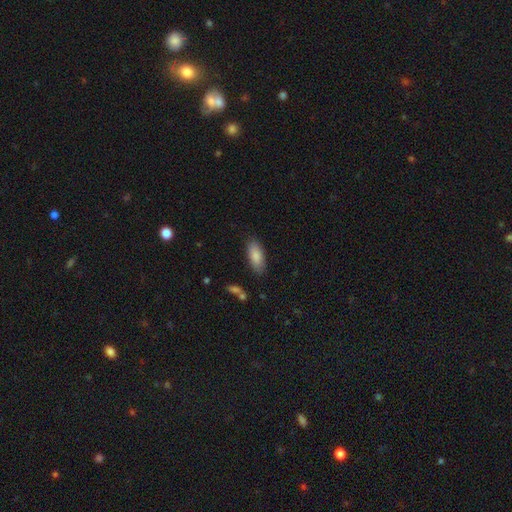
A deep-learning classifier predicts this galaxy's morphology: Q: Smooth or featured?
A: smooth (86%); runner-up: featured or disk (8%)
Q: How rounded?
A: in between (82%); runner-up: cigar-shaped (16%)
Q: Merging?
A: none (84%); runner-up: minor disturbance (12%)